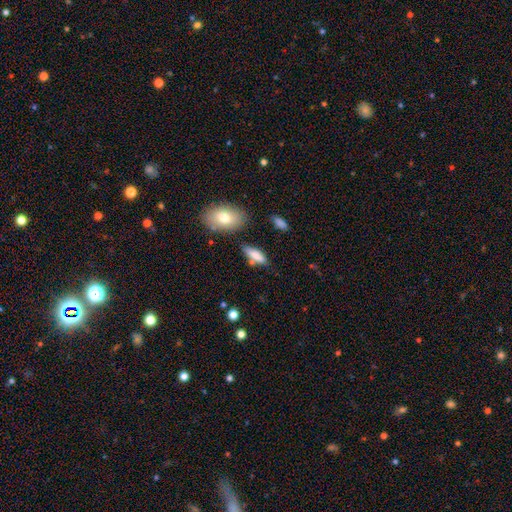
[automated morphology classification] A smooth galaxy with no disk features (80%) that is in between round and cigar-shaped (57%). Merging: none (68%).